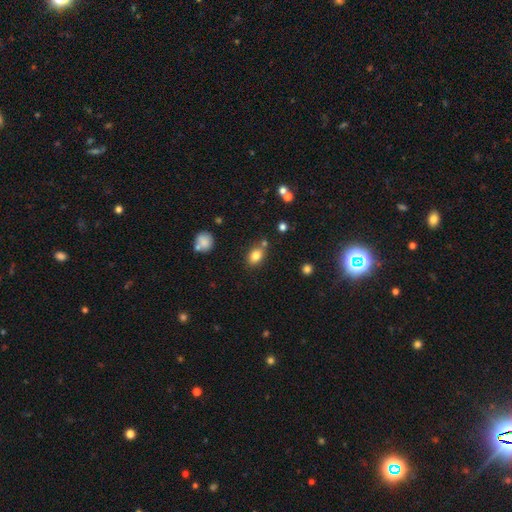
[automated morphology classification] A smooth galaxy with no disk features (82%) that is in between round and cigar-shaped (73%).

Vote fractions:
- Smooth or featured? smooth: 82% / star or artifact: 10% / featured or disk: 8%
- How rounded? in between: 73% / round: 25% / cigar-shaped: 2%
- Merging? none: 70% / minor disturbance: 14% / merger: 12% / major disturbance: 4%